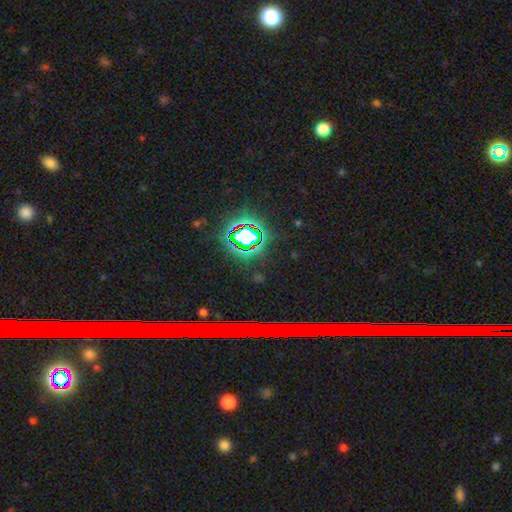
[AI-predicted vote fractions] Smooth or featured: star or artifact — 80% (smooth — 12%)